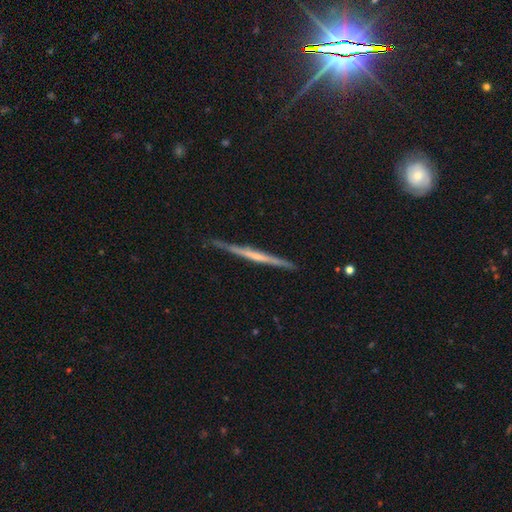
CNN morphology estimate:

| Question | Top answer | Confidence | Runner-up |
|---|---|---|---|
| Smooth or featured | featured or disk | 69% | smooth (25%) |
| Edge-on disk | yes | 98% | no (2%) |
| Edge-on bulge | none | 67% | rounded (25%) |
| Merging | none | 86% | minor disturbance (11%) |